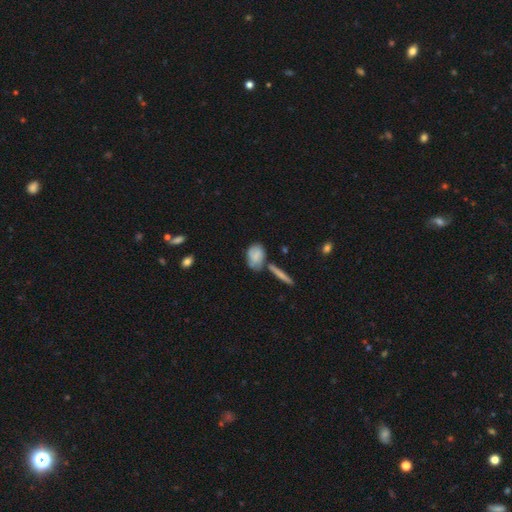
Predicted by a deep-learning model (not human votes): A smooth galaxy with no disk features (60%) that is in between round and cigar-shaped (72%). Merging: none (50%).